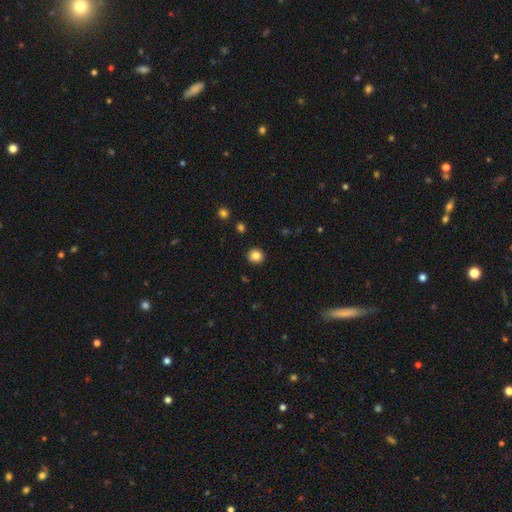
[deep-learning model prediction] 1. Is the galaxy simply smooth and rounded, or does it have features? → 84% smooth, 10% star or artifact, 5% featured or disk.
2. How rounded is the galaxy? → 90% round, 9% in between, 1% cigar-shaped.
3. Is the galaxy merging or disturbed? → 92% none, 5% minor disturbance, 2% major disturbance, 1% merger.